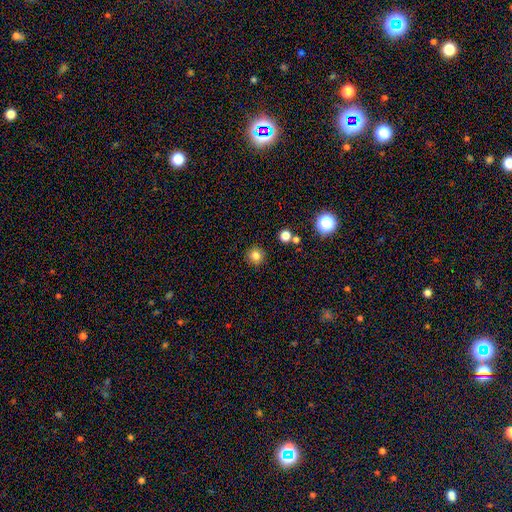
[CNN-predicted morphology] Smooth or featured? smooth (81%)
How rounded? round (91%)
Merging? none (89%)